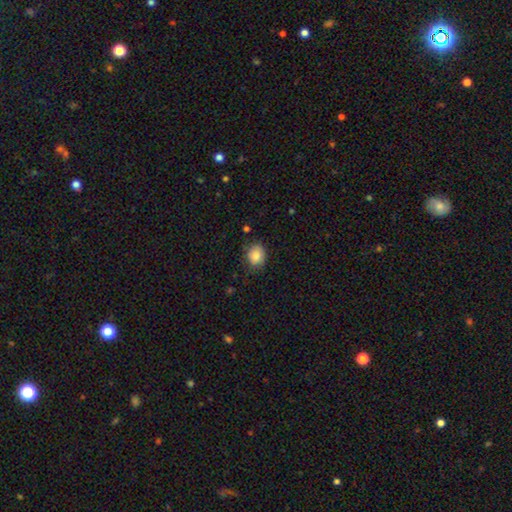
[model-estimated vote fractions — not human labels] smooth-or-featured: smooth: 85% | star or artifact: 8% | featured or disk: 6%
  how-rounded: round: 51% | in between: 48% | cigar-shaped: 1%
  merging: none: 72% | minor disturbance: 21% | major disturbance: 5% | merger: 2%